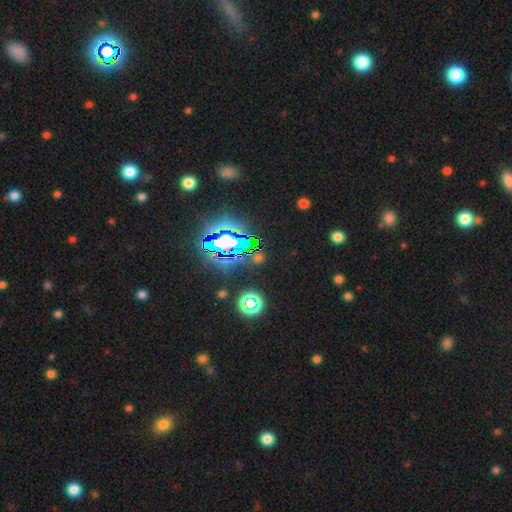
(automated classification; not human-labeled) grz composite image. It shows a star or artifact, not a galaxy (74%).